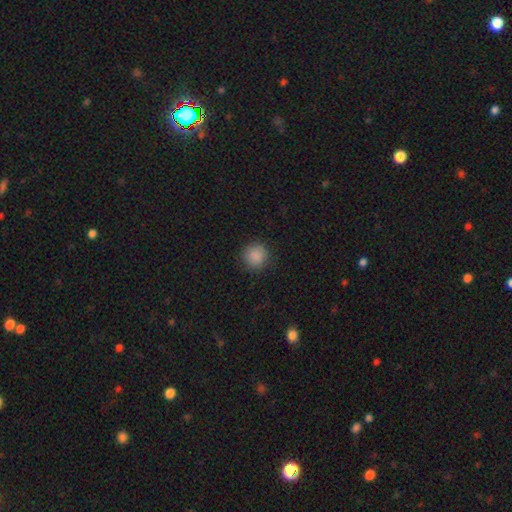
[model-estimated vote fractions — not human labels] Morphology: type=smooth (88%); roundness=round (93%); merging=none (89%).